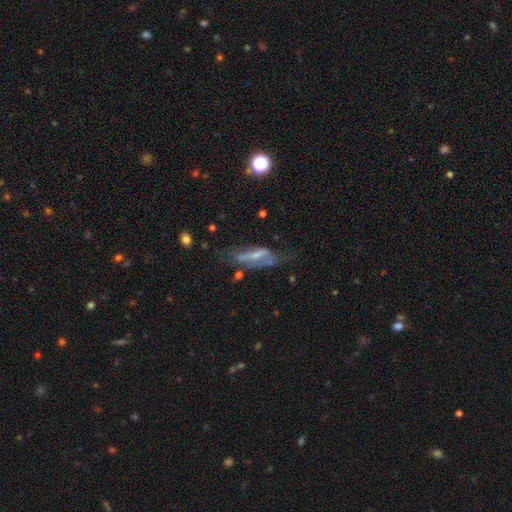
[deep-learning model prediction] Q: Smooth or featured?
A: featured or disk (64%); runner-up: smooth (27%)
Q: Edge-on disk?
A: no (67%); runner-up: yes (33%)
Q: Merging?
A: none (41%); runner-up: major disturbance (28%)